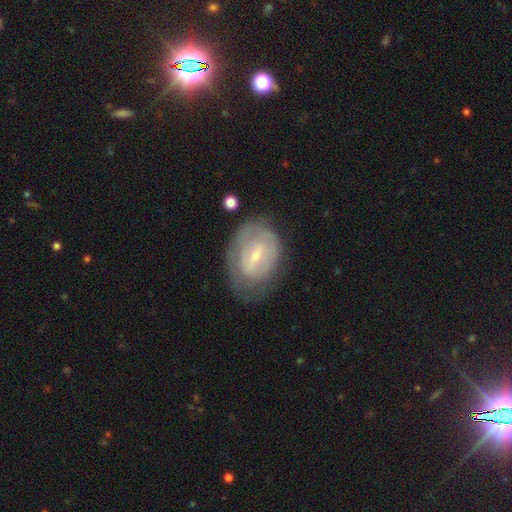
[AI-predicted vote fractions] This is likely a featured or disk galaxy (65%). It is clearly not viewed edge-on (95%). Bar: possibly weak (52%). Spiral arm pattern: possibly yes (58%). Central bulge: likely small (65%). Merging: likely none (61%).